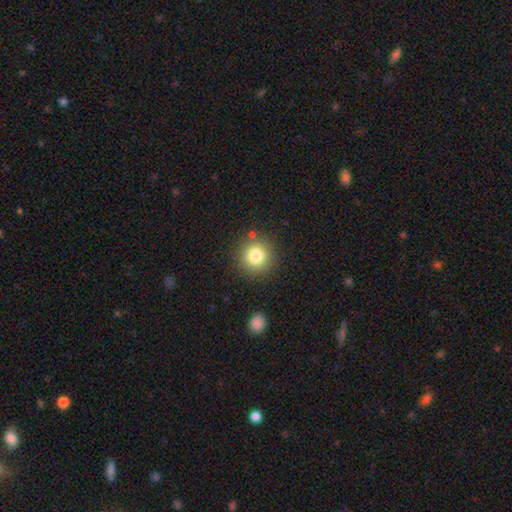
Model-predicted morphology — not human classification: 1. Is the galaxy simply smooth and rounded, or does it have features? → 81% smooth, 11% star or artifact, 8% featured or disk.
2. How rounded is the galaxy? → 94% round, 5% in between, 1% cigar-shaped.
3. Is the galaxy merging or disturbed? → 84% none, 8% minor disturbance, 4% merger, 3% major disturbance.